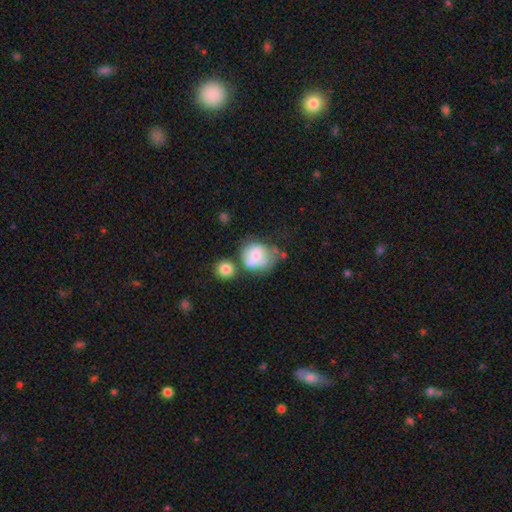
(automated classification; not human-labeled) smooth-or-featured: smooth: 65% | featured or disk: 26% | star or artifact: 9%
  how-rounded: round: 66% | in between: 33% | cigar-shaped: 1%
  merging: merger: 33% | none: 30% | minor disturbance: 21% | major disturbance: 17%